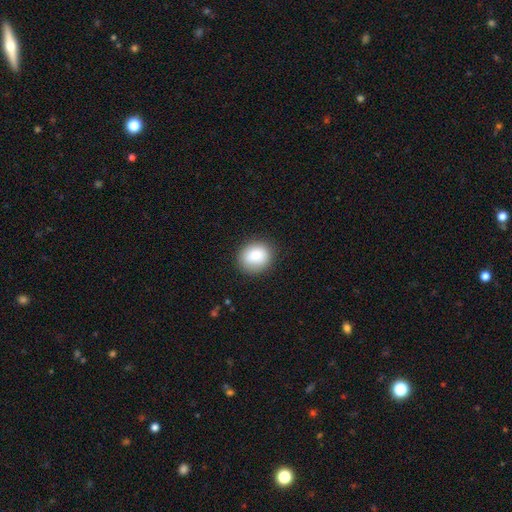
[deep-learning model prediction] A smooth galaxy with no disk features (85%) that is round (69%). Merging: none (86%).